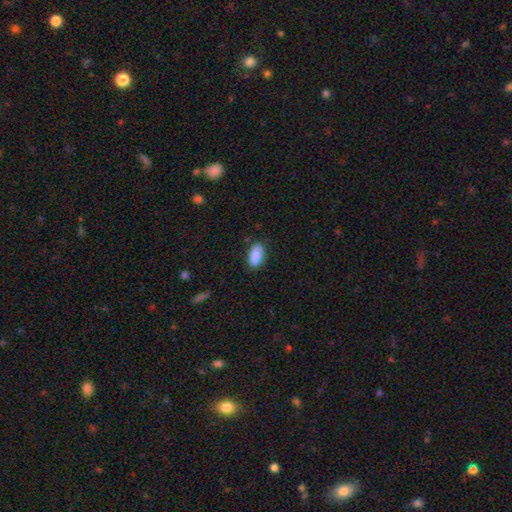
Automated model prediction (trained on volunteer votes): Overall: smooth (90%). How rounded: in between (92%). Merging: none (84%).